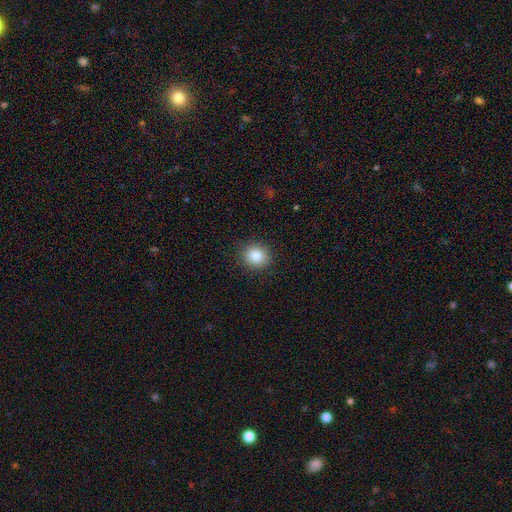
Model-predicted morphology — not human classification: smooth-or-featured: smooth: 84% | star or artifact: 10% | featured or disk: 6%
  how-rounded: round: 85% | in between: 14% | cigar-shaped: 1%
  merging: none: 90% | minor disturbance: 7% | major disturbance: 2% | merger: 1%